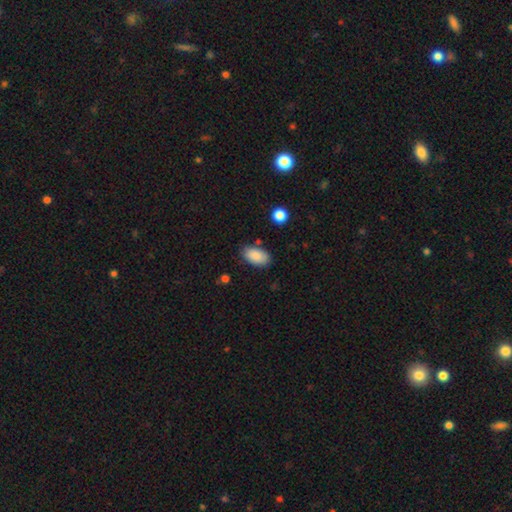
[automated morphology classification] The model was most divided on "merging": none: 81%, minor disturbance: 13%, major disturbance: 3%, merger: 3%. More confident: how rounded — in between (94%); smooth or featured — smooth (89%).